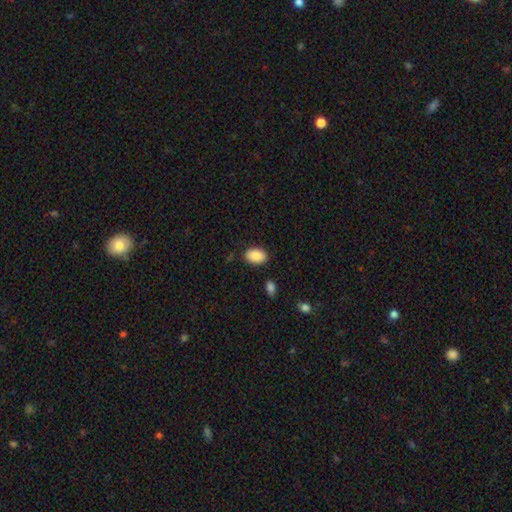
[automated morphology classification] This appears to be a smooth galaxy with no disk features (89%) that is in between round and cigar-shaped (87%). Merging: none (85%).